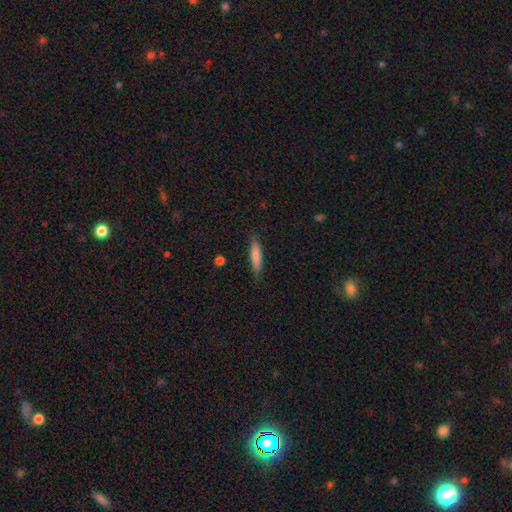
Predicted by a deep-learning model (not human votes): smooth_or_featured: smooth (p=0.79) [alt: featured or disk p=0.15]
how_rounded: cigar-shaped (p=0.84) [alt: in between p=0.15]
merging: none (p=0.86) [alt: minor disturbance p=0.11]